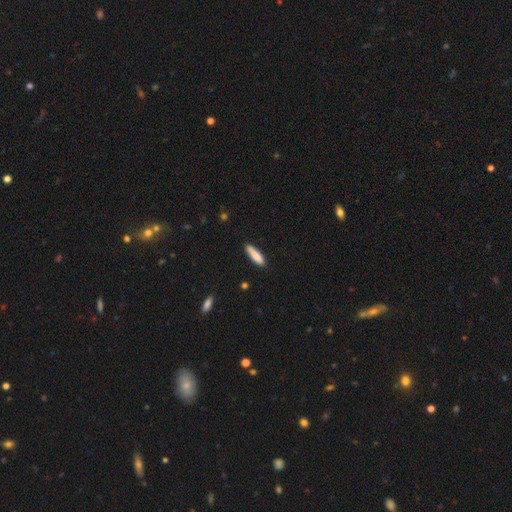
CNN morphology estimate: Overall: smooth (81%). How rounded: cigar-shaped (71%). Merging: none (81%).